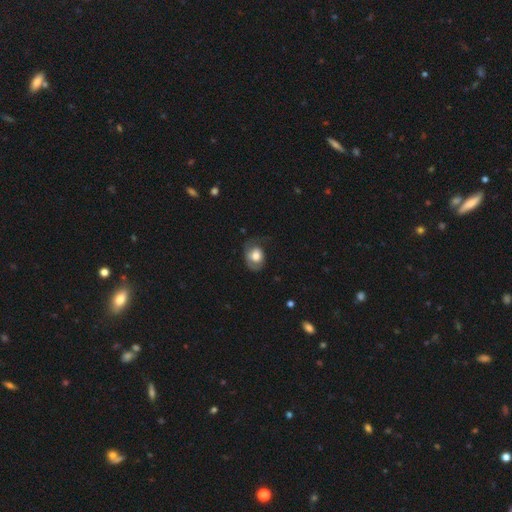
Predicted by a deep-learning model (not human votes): Q: Smooth or featured?
A: smooth (61%); runner-up: featured or disk (32%)
Q: How rounded?
A: in between (54%); runner-up: round (45%)
Q: Merging?
A: none (41%); runner-up: minor disturbance (29%)